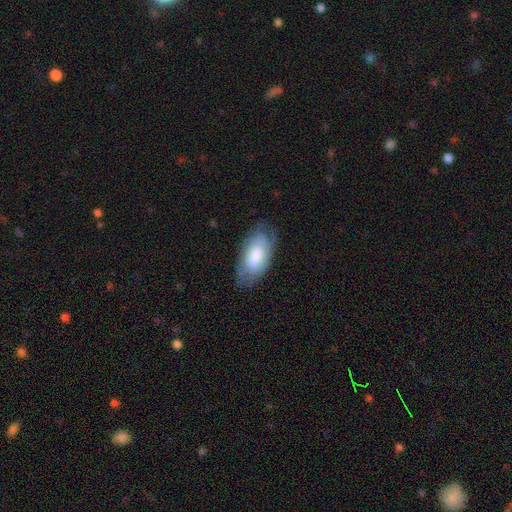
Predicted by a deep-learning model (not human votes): Smooth or featured? Predicted: smooth (p=0.61). How rounded? Predicted: in between (p=0.95). Merging? Predicted: none (p=0.68).